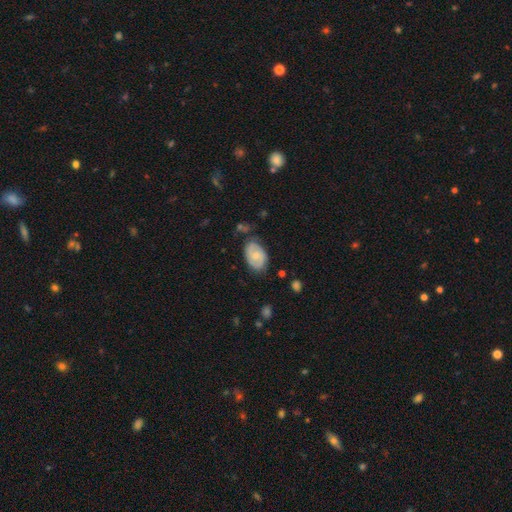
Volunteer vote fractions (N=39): smooth-or-featured: featured or disk: 67% | smooth: 31% | star or artifact: 3%
  disk-edge-on: no: 100% | yes: 0%
    bar: no: 54% | weak: 46% | strong: 0%
    has-spiral-arms: yes: 92% | no: 8%
      spiral-winding: tight: 42% | loose: 33% | medium: 25%
      spiral-arm-count: 2: 83% | can't tell: 17% | 1: 0% | 3: 0% | 4: 0% | more than 4: 0%
    bulge-size: small: 58% | moderate: 35% | none: 8% | dominant: 0% | large: 0%
  merging: none: 71% | minor disturbance: 21% | major disturbance: 5% | merger: 3%